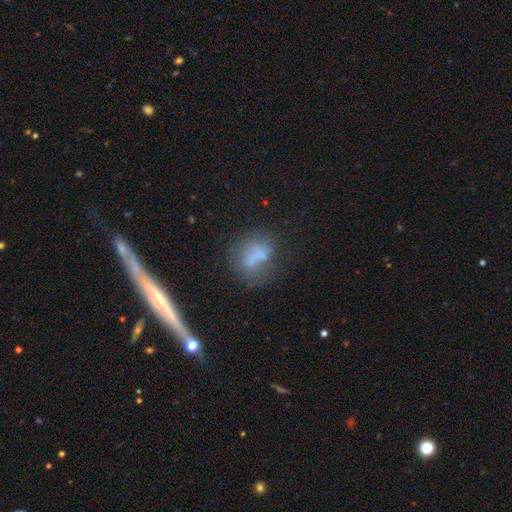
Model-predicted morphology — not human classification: The model was most divided on "merging": none: 46%, minor disturbance: 24%, major disturbance: 21%, merger: 9%. More confident: how rounded — in between (62%); smooth or featured — smooth (61%).